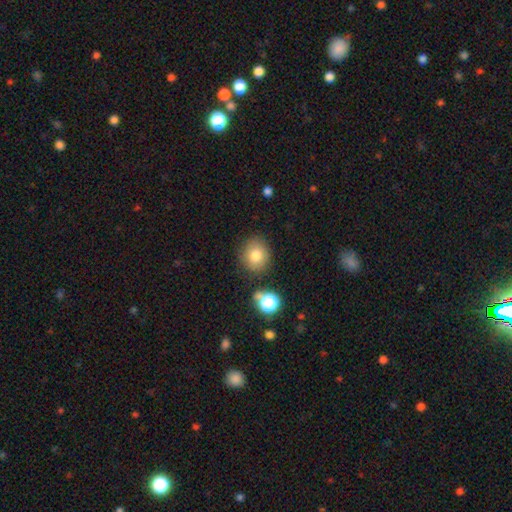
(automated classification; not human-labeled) This is likely a smooth galaxy (78%). How rounded: likely round (76%). Merging: clearly none (81%).